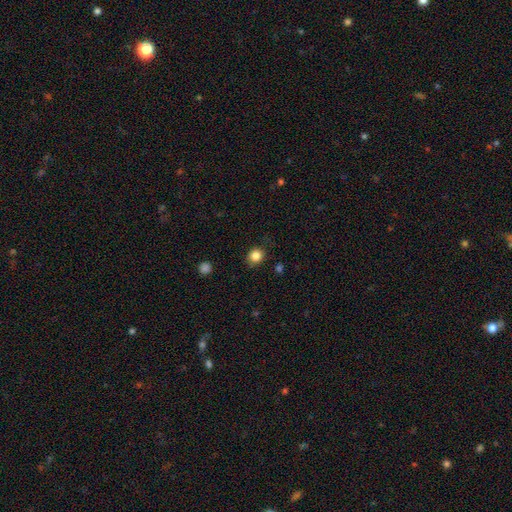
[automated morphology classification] Smooth or featured?
  - smooth: 84% *
  - star or artifact: 11%
  - featured or disk: 5%
How rounded?
  - round: 78% *
  - in between: 21%
  - cigar-shaped: 1%
Merging?
  - none: 83% *
  - minor disturbance: 13%
  - major disturbance: 3%
  - merger: 1%